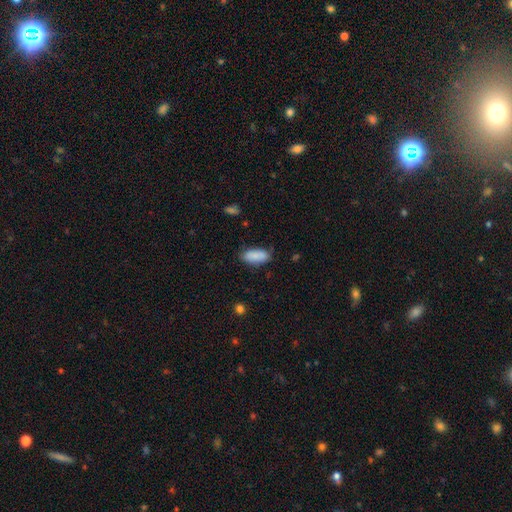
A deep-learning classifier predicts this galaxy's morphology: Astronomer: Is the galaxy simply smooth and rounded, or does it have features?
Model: smooth — 88%.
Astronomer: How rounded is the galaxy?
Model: in between — 85%.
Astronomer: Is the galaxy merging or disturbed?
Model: none — 80%.